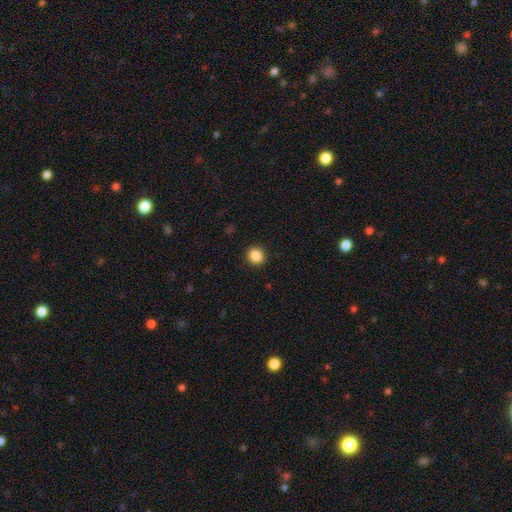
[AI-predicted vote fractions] A smooth galaxy with no disk features (87%) that is round (85%). Merging: none (92%).